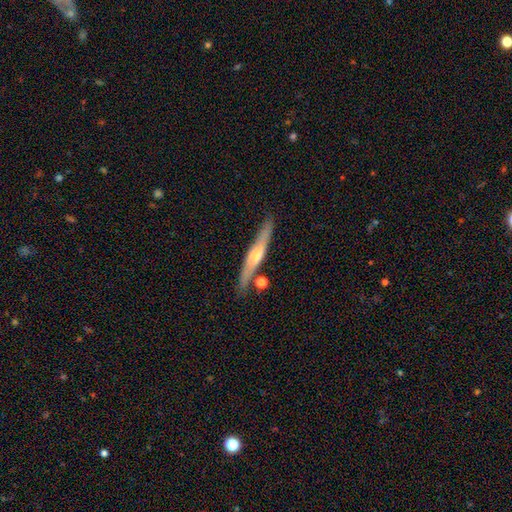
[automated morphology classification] type=featured or disk (63%); edge-on=yes (92%); edge-on bulge=rounded (85%); merging=none (81%).